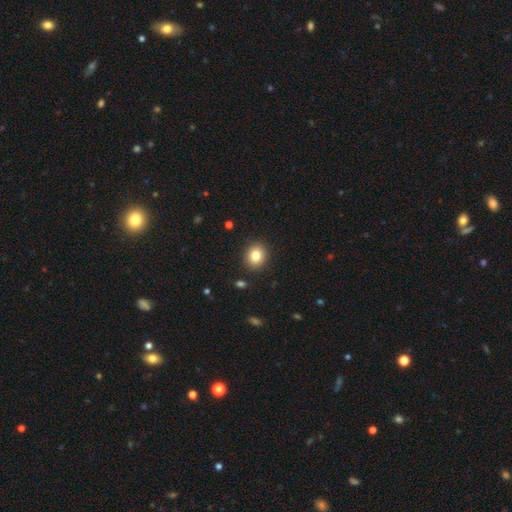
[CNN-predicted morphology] Smooth or featured?
  - smooth: 82% *
  - star or artifact: 10%
  - featured or disk: 8%
How rounded?
  - round: 70% *
  - in between: 29%
  - cigar-shaped: 1%
Merging?
  - none: 90% *
  - minor disturbance: 7%
  - major disturbance: 2%
  - merger: 1%